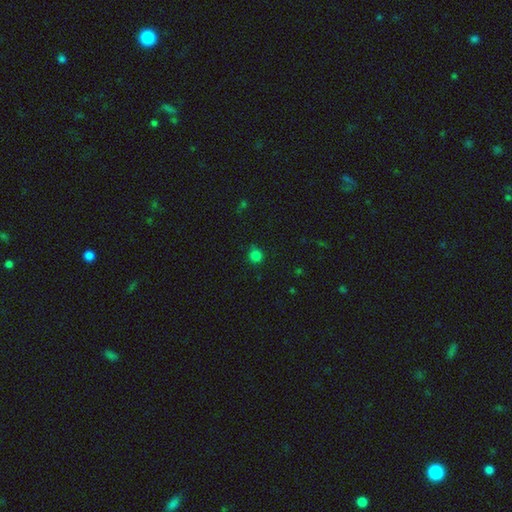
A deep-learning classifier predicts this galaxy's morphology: smooth_or_featured: smooth (p=0.81) [alt: star or artifact p=0.15]
how_rounded: round (p=0.89) [alt: in between p=0.10]
merging: none (p=0.77) [alt: minor disturbance p=0.17]